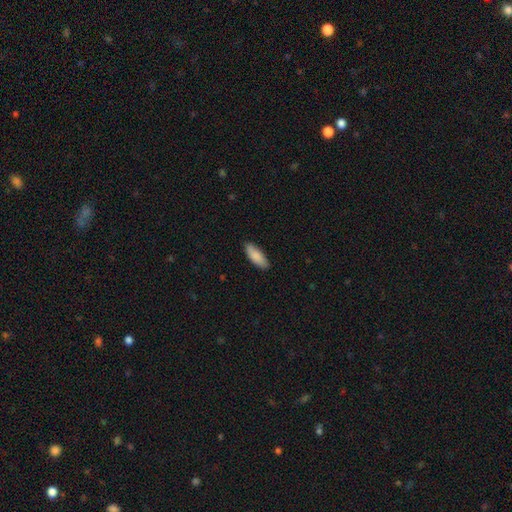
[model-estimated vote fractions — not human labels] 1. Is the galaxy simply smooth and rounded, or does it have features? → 87% smooth, 7% featured or disk, 6% star or artifact.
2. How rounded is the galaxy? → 70% in between, 28% cigar-shaped, 2% round.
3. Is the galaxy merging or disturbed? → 86% none, 11% minor disturbance, 2% major disturbance, 1% merger.